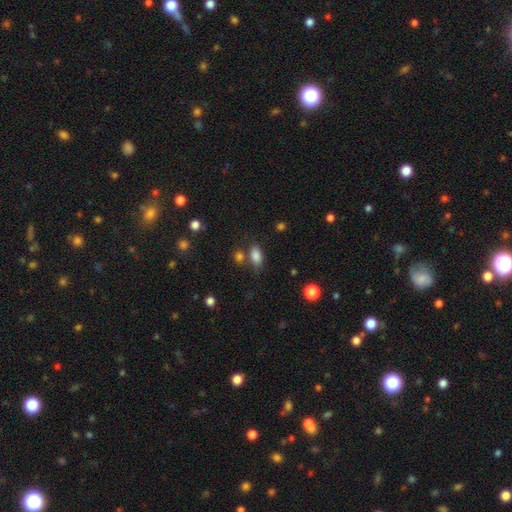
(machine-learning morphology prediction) smooth_or_featured: smooth (p=0.84) [alt: star or artifact p=0.11]
how_rounded: in between (p=0.88) [alt: round p=0.08]
merging: none (p=0.66) [alt: minor disturbance p=0.15]